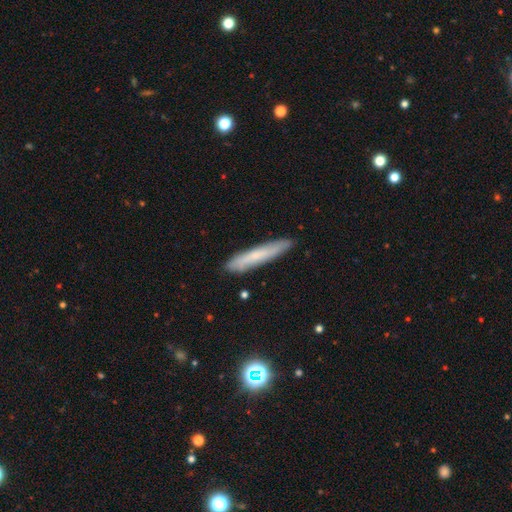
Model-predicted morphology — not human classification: Overall: smooth (62%; featured or disk 30%). How rounded: cigar-shaped (93%). Merging: none (86%).